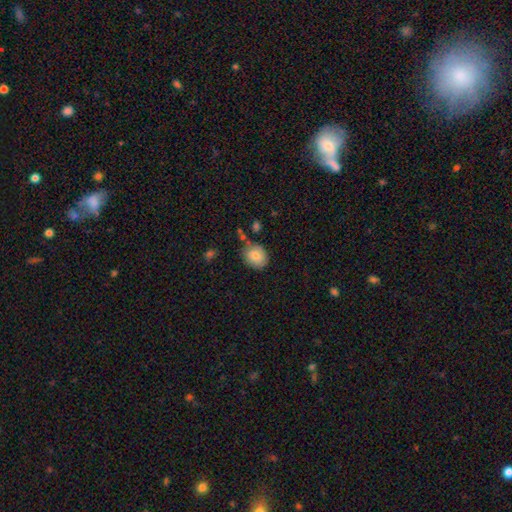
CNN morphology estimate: Overall: smooth (80%). How rounded: round (56%; in between 43%). Merging: none (73%).